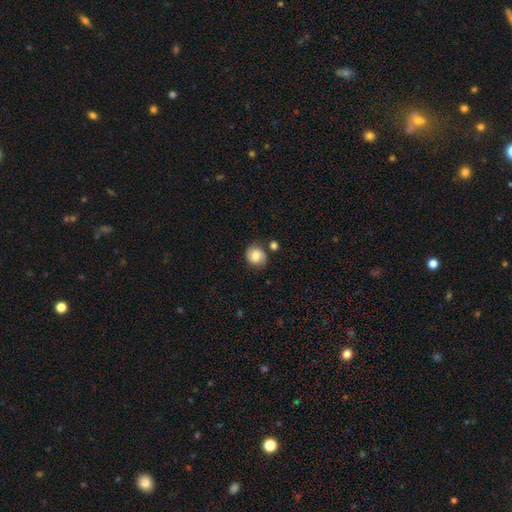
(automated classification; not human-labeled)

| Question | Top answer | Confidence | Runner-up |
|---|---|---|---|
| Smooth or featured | smooth | 72% | featured or disk (19%) |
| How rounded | round | 77% | in between (22%) |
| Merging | none | 71% | minor disturbance (17%) |